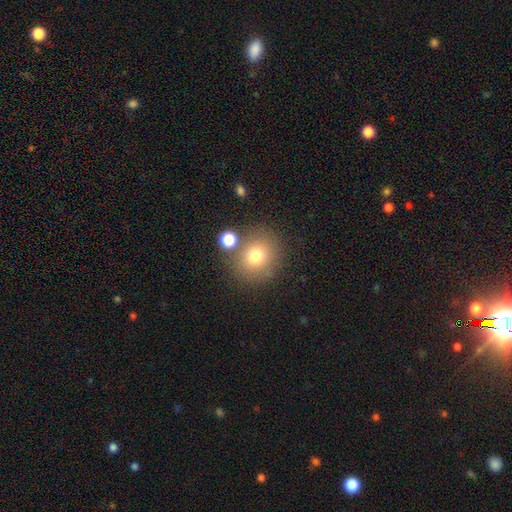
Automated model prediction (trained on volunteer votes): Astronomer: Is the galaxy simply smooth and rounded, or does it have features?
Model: smooth — 75%.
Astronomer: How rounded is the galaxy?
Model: round — 81%.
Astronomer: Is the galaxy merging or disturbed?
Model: none — 74%.